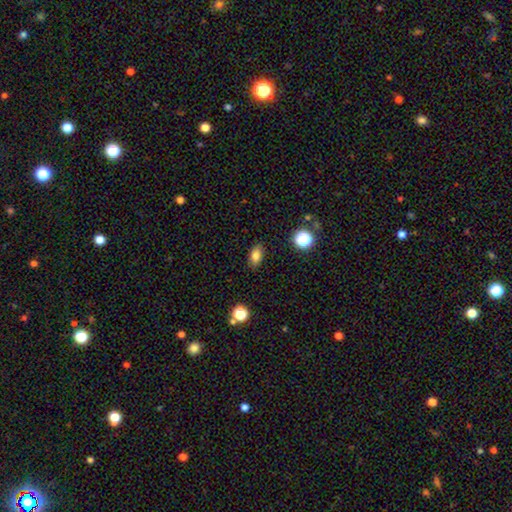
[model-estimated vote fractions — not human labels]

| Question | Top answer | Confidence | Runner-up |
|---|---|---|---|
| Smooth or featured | smooth | 80% | star or artifact (11%) |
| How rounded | in between | 85% | round (12%) |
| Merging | none | 87% | minor disturbance (10%) |